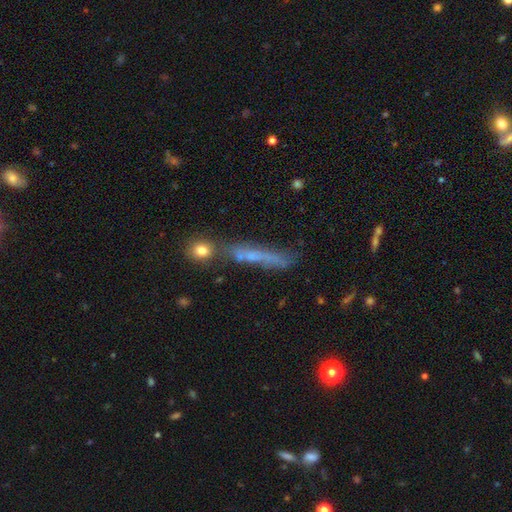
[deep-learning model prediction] Morphology: type=smooth (46%); merging=none (52%).